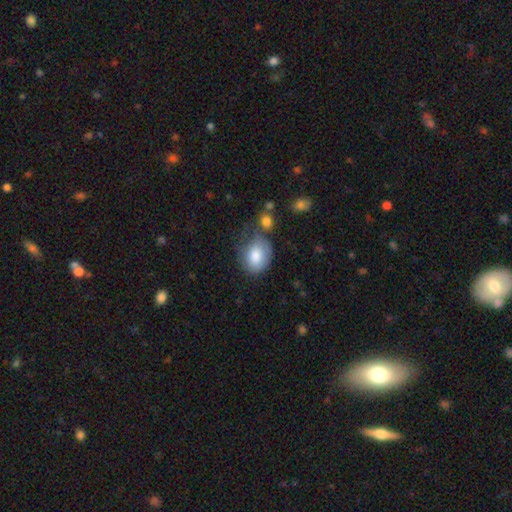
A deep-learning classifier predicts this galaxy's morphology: The model was most divided on "merging": none: 47%, minor disturbance: 28%, major disturbance: 13%, merger: 11%. More confident: smooth or featured — smooth (80%); how rounded — in between (65%).